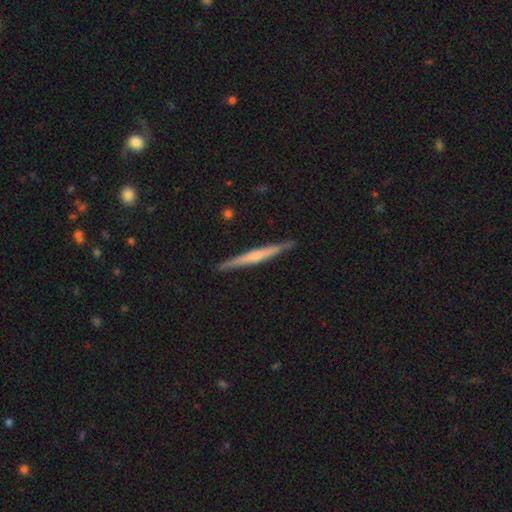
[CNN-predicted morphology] Smooth or featured: featured or disk — 61% (smooth — 34%)
Edge-on disk: yes — 98% (no — 2%)
Edge-on bulge: rounded — 44% (tied with none — 44%)
Merging: none — 91% (minor disturbance — 7%)